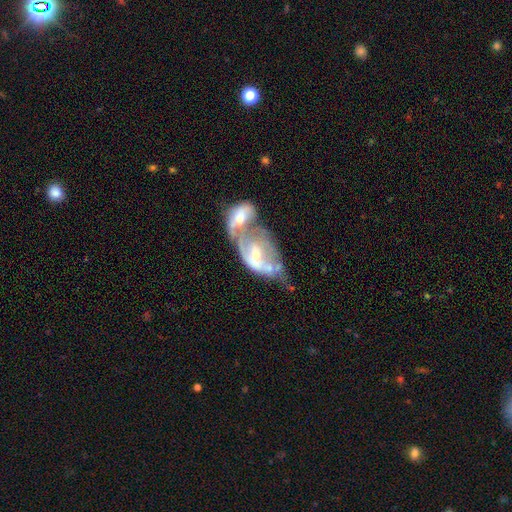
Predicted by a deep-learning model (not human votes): smooth_or_featured: featured or disk (p=0.69) [alt: smooth p=0.24]
disk_edge_on: no (p=0.95) [alt: yes p=0.05]
bar: no (p=0.59) [alt: weak p=0.29]
has_spiral_arms: yes (p=0.56) [alt: no p=0.44]
bulge_size: moderate (p=0.45) [alt: small p=0.44]
merging: merger (p=0.72) [alt: major disturbance p=0.13]